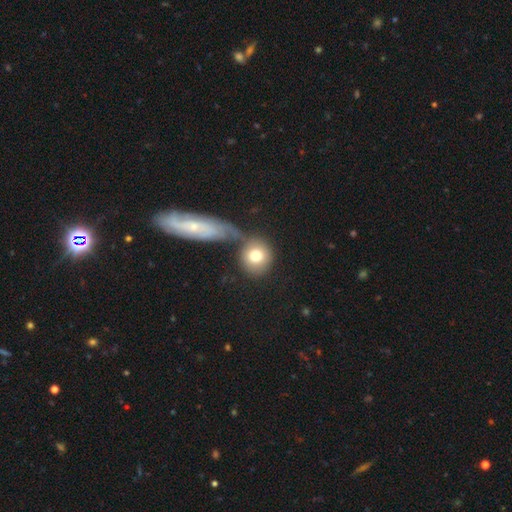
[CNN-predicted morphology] Q: Smooth or featured?
A: smooth (78%); runner-up: featured or disk (15%)
Q: How rounded?
A: round (86%); runner-up: in between (13%)
Q: Merging?
A: none (57%); runner-up: merger (24%)